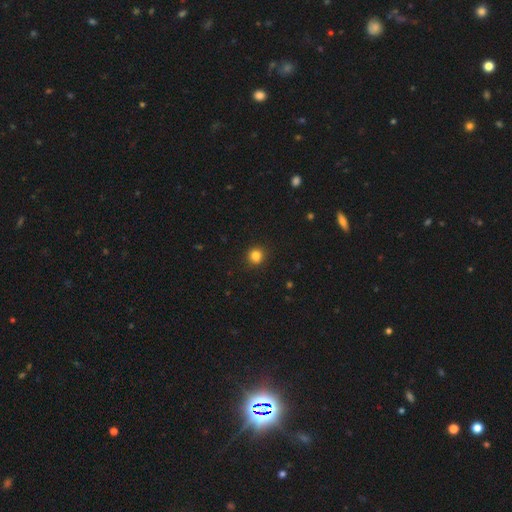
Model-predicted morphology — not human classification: This appears to be a smooth galaxy with no disk features (84%) that is round (90%). Merging: none (91%).